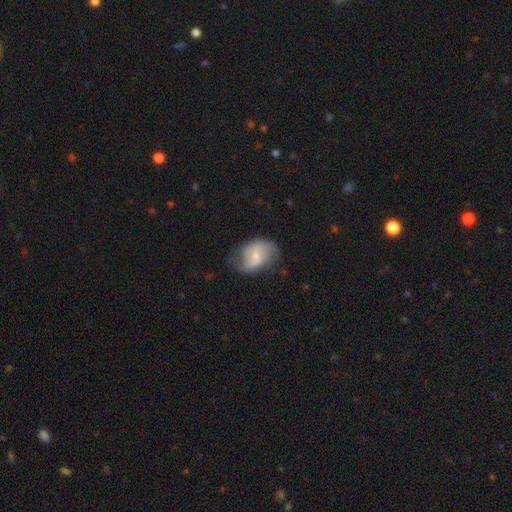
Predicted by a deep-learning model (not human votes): Smooth or featured? Predicted: featured or disk (p=0.66). Edge-on disk? Predicted: no (p=0.97). Bar? Predicted: weak (p=0.52). Spiral arms? Predicted: yes (p=0.86). Spiral winding? Predicted: loose (p=0.53). Spiral arm count? Predicted: 2 (p=0.83). Bulge size? Predicted: small (p=0.54). Merging? Predicted: none (p=0.57).